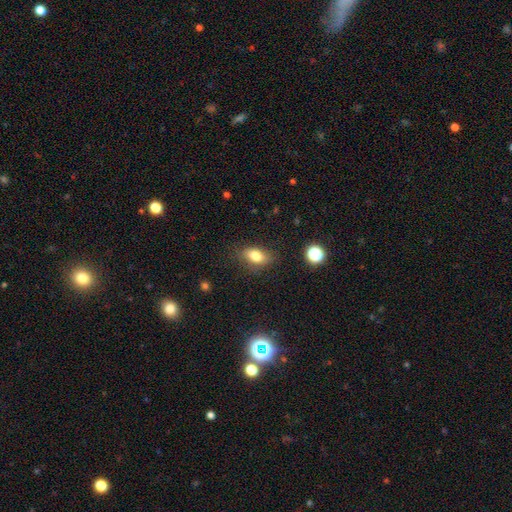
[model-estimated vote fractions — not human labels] This appears to be a smooth galaxy with no disk features (80%) that is in between round and cigar-shaped (84%). Merging: none (80%).